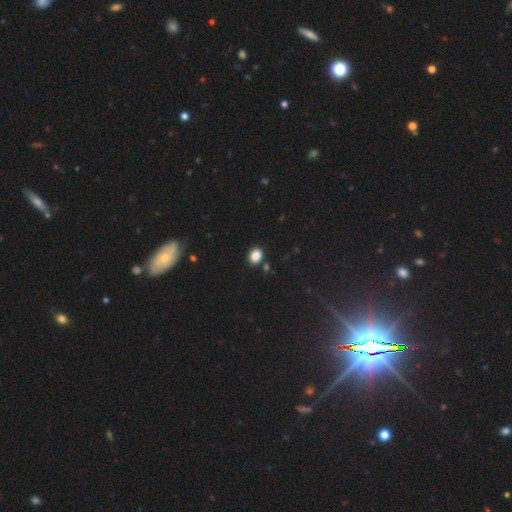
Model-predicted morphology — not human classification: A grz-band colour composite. It shows a smooth galaxy with no disk features (86%) that is in between round and cigar-shaped (50%). Merging: none (82%).